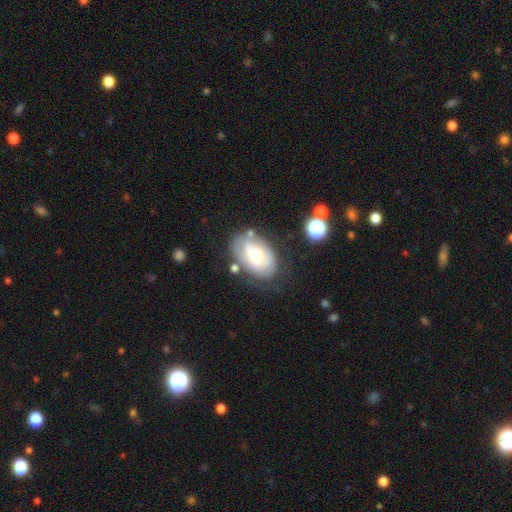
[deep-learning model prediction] Smooth or featured? smooth (50%)
How rounded? in between (89%)
Merging? none (59%)